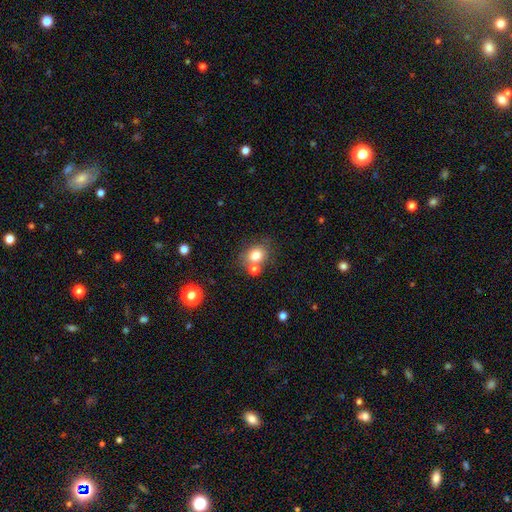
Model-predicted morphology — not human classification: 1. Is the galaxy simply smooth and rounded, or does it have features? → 78% smooth, 11% star or artifact, 11% featured or disk.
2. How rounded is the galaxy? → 59% round, 41% in between, 1% cigar-shaped.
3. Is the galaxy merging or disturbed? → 58% none, 24% merger, 13% minor disturbance, 5% major disturbance.